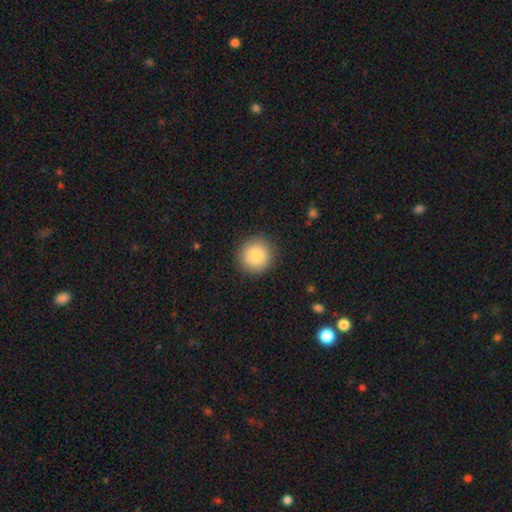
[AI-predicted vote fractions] Smooth or featured? Predicted: smooth (p=0.87). How rounded? Predicted: round (p=0.94). Merging? Predicted: none (p=0.90).